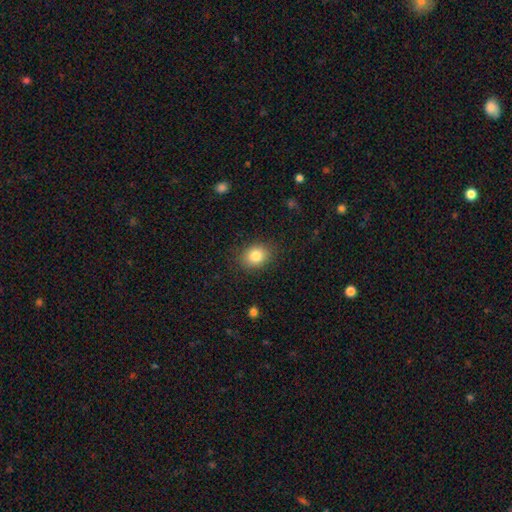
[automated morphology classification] This appears to be a smooth galaxy with no disk features (83%) that is round (53%). Merging: none (86%).